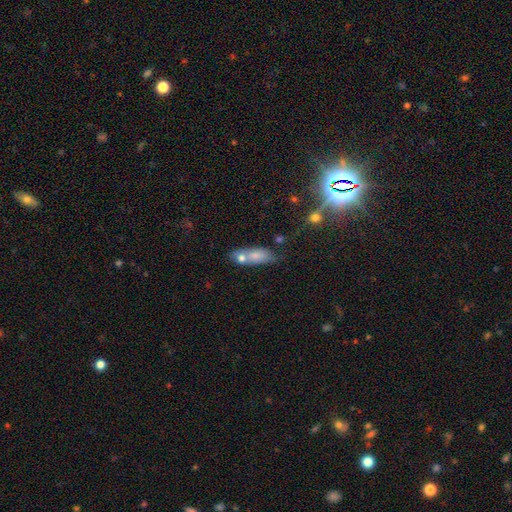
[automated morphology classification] This is likely a smooth galaxy (70%). How rounded: likely in between (66%). Merging: marginally none (43%).